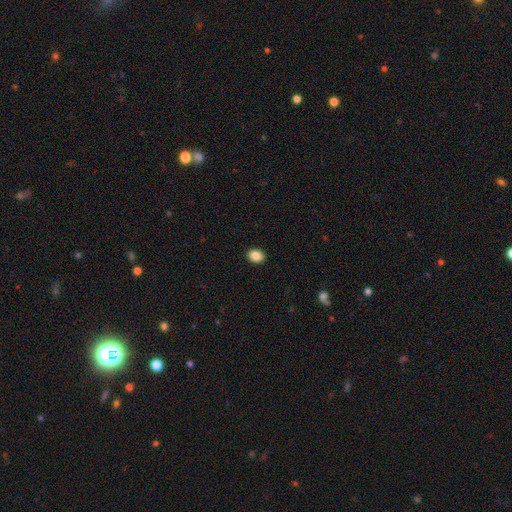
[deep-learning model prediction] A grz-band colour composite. It shows a smooth galaxy with no disk features (88%) that is in between round and cigar-shaped (66%). Merging: none (91%).